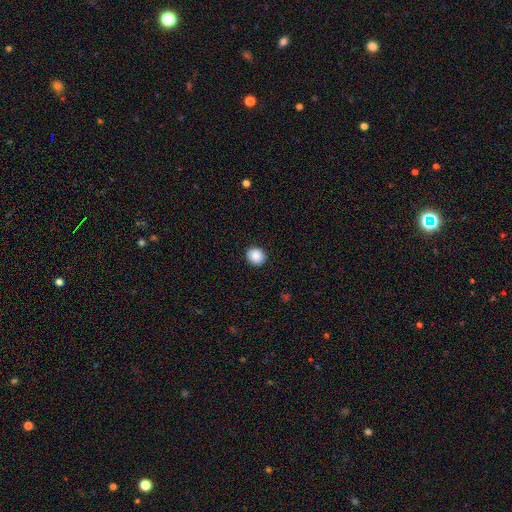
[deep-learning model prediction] The model was most divided on "how rounded": round: 81%, in between: 18%, cigar-shaped: 1%. More confident: merging — none (91%); smooth or featured — smooth (89%).